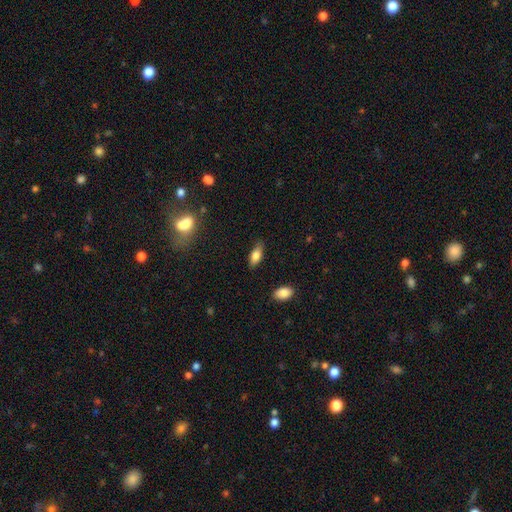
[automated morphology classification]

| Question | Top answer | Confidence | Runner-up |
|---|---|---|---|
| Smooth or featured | smooth | 77% | featured or disk (15%) |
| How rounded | in between | 79% | cigar-shaped (18%) |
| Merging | none | 81% | minor disturbance (14%) |